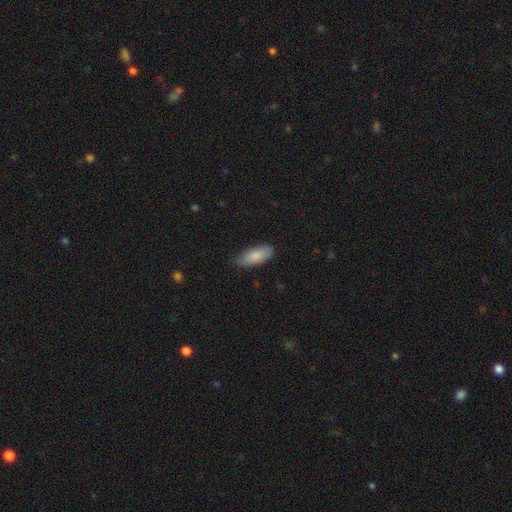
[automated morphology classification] Overall: smooth (84%). How rounded: in between (79%). Merging: none (76%).